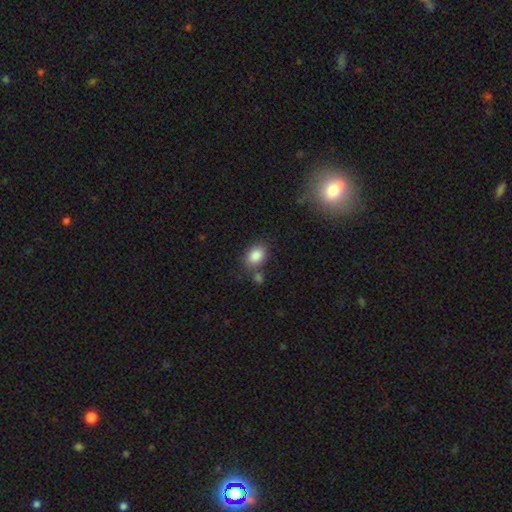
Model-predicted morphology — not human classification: A smooth galaxy with no disk features (86%) that is in between round and cigar-shaped (71%). Merging: none (69%).